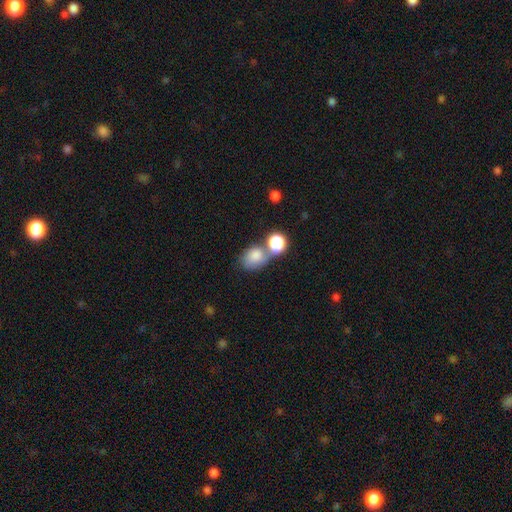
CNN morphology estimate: A smooth galaxy with no disk features (78%) that is in between round and cigar-shaped (57%). Merging: none (39%, tied with merger).